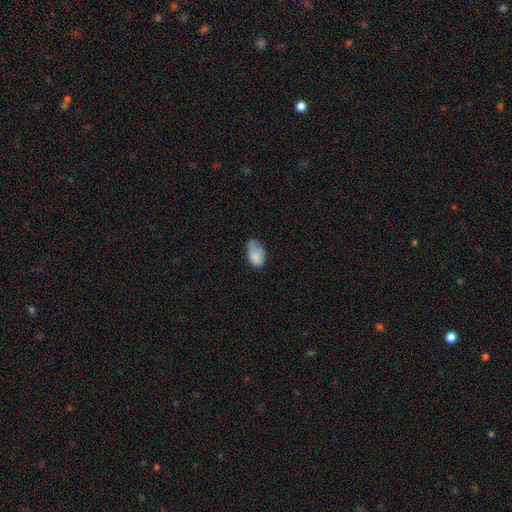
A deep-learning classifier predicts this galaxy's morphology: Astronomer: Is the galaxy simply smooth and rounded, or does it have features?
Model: smooth — 80%.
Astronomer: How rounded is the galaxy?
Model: in between — 91%.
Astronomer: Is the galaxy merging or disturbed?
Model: minor disturbance — 41% (runner-up: none, 39%).